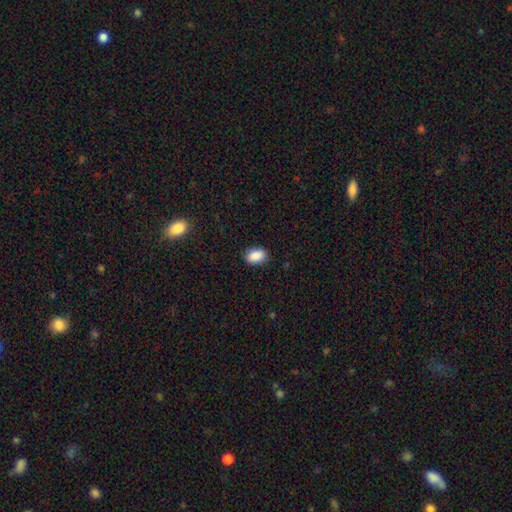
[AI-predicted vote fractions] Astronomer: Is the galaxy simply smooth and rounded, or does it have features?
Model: smooth — 89%.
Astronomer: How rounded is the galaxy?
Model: in between — 89%.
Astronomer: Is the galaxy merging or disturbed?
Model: none — 87%.